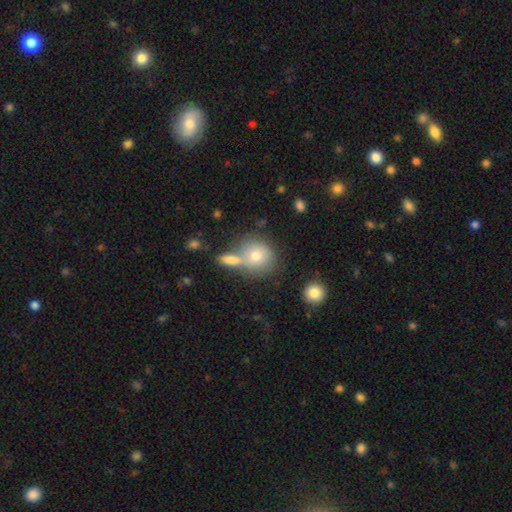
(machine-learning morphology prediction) Smooth or featured? Predicted: smooth (p=0.75). How rounded? Predicted: round (p=0.81). Merging? Predicted: none (p=0.48).